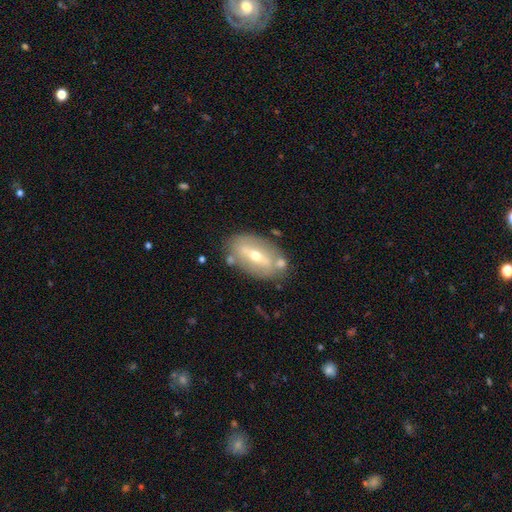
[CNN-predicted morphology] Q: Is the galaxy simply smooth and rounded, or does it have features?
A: featured or disk — 63%.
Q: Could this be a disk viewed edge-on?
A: no — 78%.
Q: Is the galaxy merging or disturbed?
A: none — 74%.